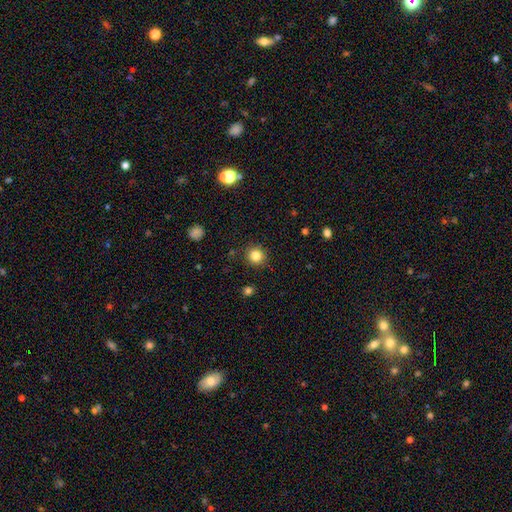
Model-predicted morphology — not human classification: A smooth galaxy with no disk features (82%) that is round (93%).

Vote fractions:
- Smooth or featured? smooth: 82% / star or artifact: 12% / featured or disk: 5%
- How rounded? round: 93% / in between: 6% / cigar-shaped: 1%
- Merging? none: 90% / minor disturbance: 6% / major disturbance: 2% / merger: 1%